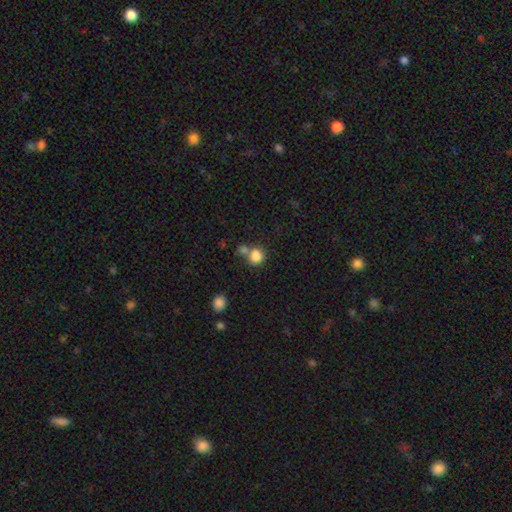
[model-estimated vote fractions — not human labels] smooth_or_featured: smooth (p=0.83) [alt: star or artifact p=0.11]
how_rounded: round (p=0.70) [alt: in between p=0.29]
merging: none (p=0.49) [alt: merger p=0.35]